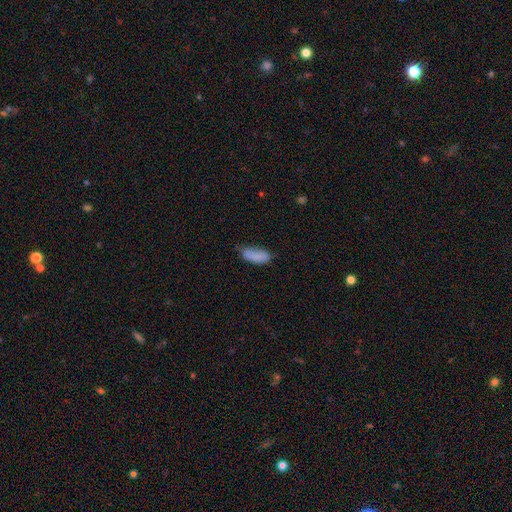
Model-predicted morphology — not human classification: This appears to be a smooth galaxy with no disk features (83%) that is in between round and cigar-shaped (83%). Merging: none (50%).